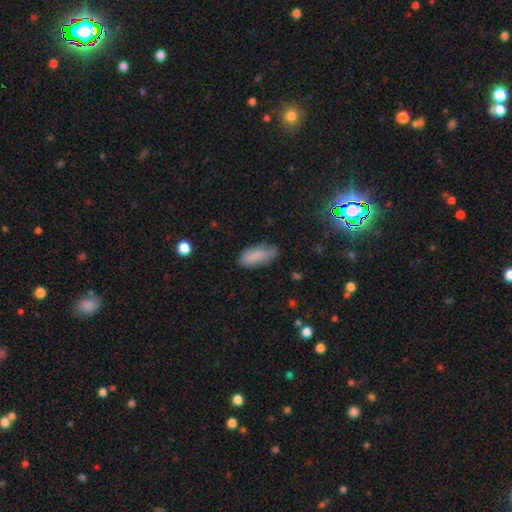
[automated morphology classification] Smooth or featured? smooth (84%)
How rounded? in between (83%)
Merging? none (65%)